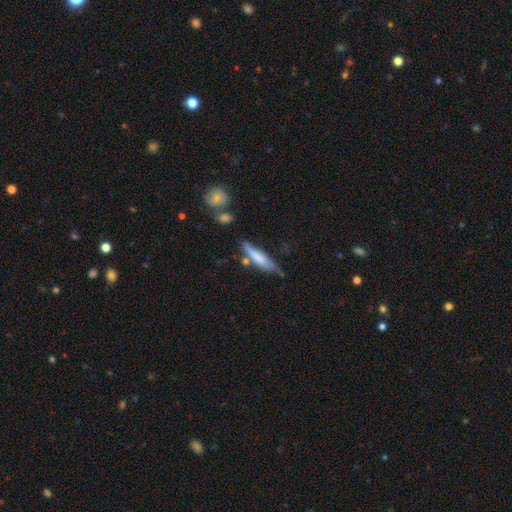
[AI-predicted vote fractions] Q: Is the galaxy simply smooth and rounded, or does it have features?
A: smooth — 61%.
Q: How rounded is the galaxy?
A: cigar-shaped — 81%.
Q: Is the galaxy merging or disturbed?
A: none — 54%.